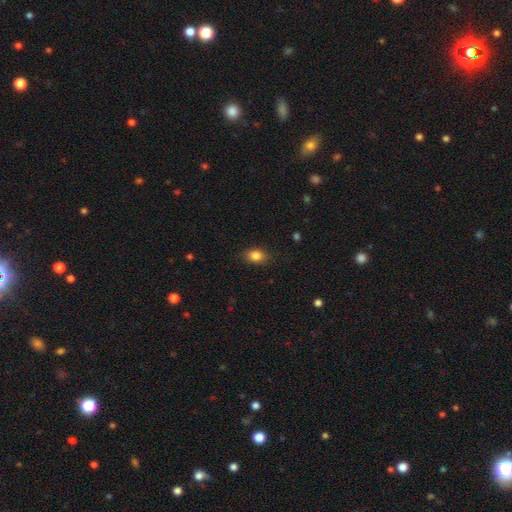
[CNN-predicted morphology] This appears to be a smooth galaxy with no disk features (85%) that is in between round and cigar-shaped (76%). Merging: none (84%).